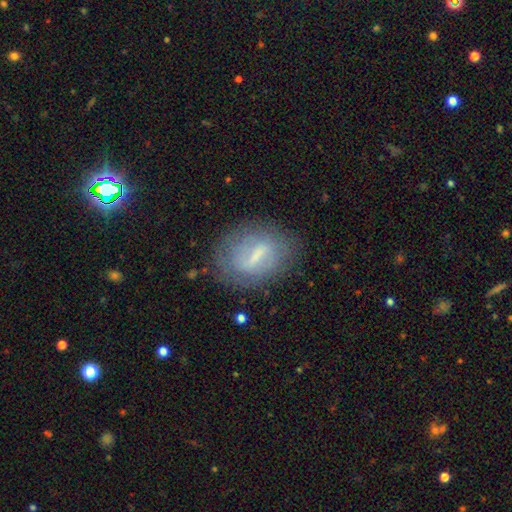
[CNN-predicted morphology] Q: Smooth or featured?
A: featured or disk (59%); runner-up: smooth (32%)
Q: Edge-on disk?
A: no (90%); runner-up: yes (10%)
Q: Bar?
A: strong (51%); runner-up: weak (40%)
Q: Spiral arms?
A: yes (53%); runner-up: no (47%)
Q: Bulge size?
A: small (44%); runner-up: none (27%)
Q: Merging?
A: none (73%); runner-up: minor disturbance (18%)